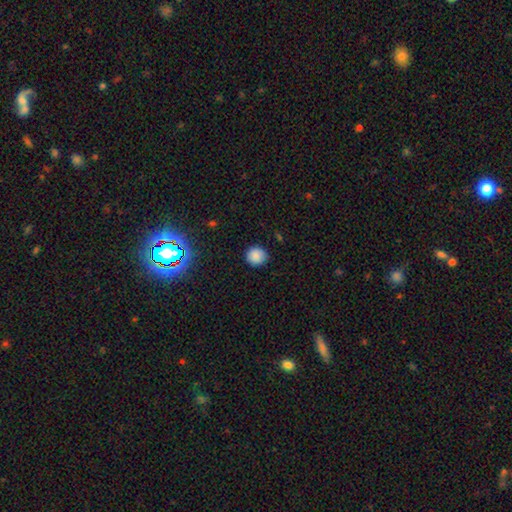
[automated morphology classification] Smooth or featured? smooth (84%)
How rounded? round (90%)
Merging? none (86%)